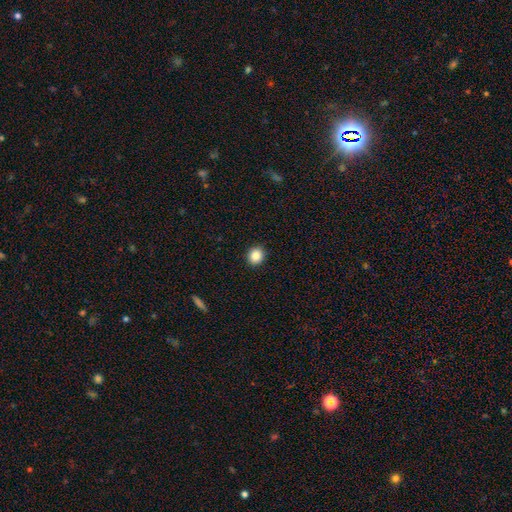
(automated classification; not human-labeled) Overall: smooth (86%). How rounded: round (84%). Merging: none (92%).